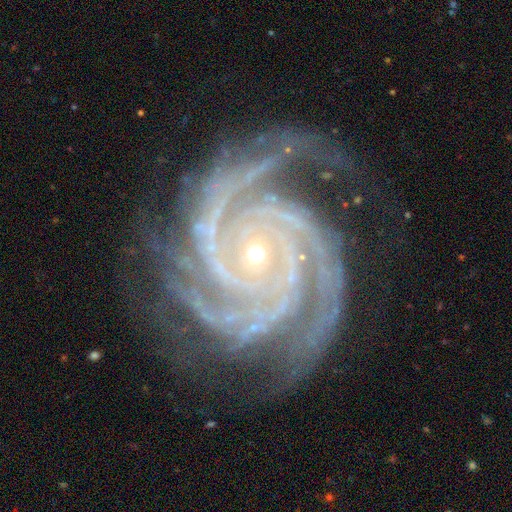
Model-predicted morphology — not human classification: featured or disk 94%, star or artifact 4%, smooth 2%. Down the decision tree: edge-on disk — no (98%); bar — no (71%); spiral arms — yes (99%); spiral arm count — 4 (32%); spiral winding — tight (79%); bulge size — small (80%); merging — none (75%).